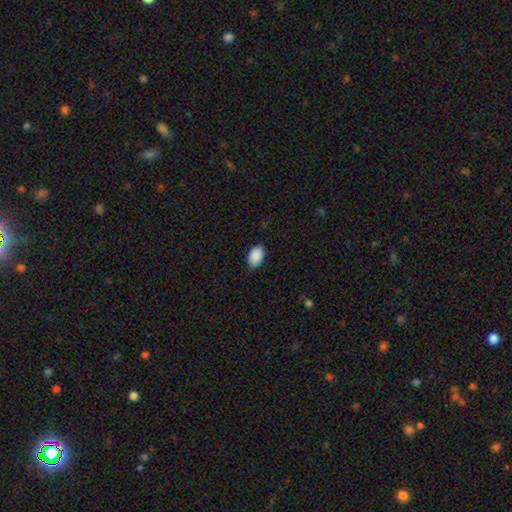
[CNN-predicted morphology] This appears to be a smooth galaxy with no disk features (90%) that is in between round and cigar-shaped (91%). Merging: none (81%).